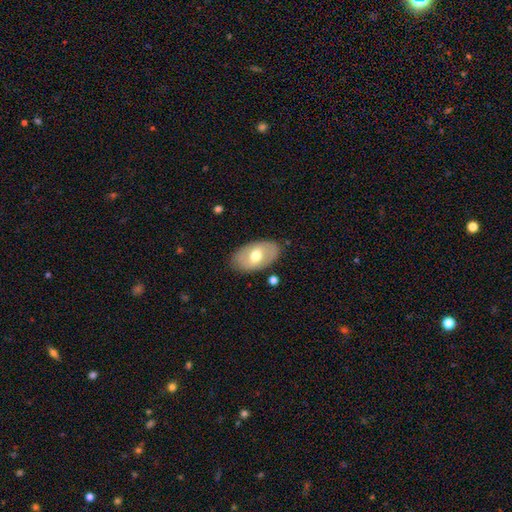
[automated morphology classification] smooth 57%, featured or disk 37%, star or artifact 6%. Down the decision tree: how rounded — in between (92%); merging — none (83%).